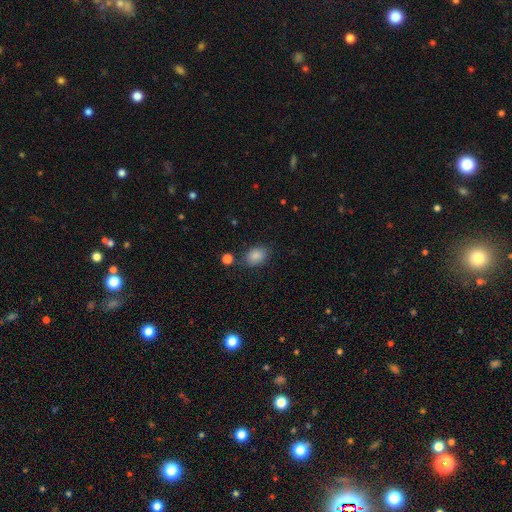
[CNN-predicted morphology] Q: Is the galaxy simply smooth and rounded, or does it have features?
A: smooth — 85%.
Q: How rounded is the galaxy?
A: in between — 72%.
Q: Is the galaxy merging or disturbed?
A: none — 76%.